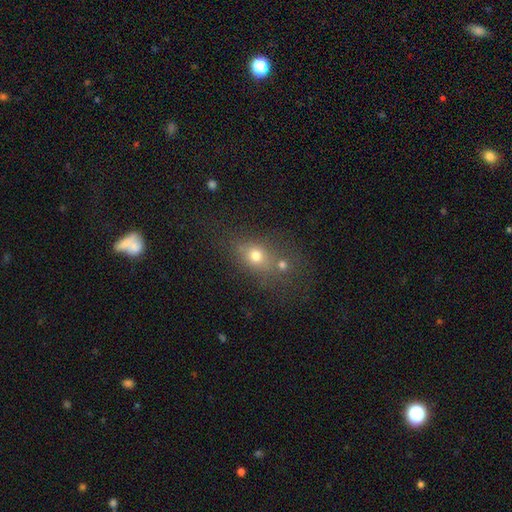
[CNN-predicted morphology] This is likely a smooth galaxy (69%). How rounded: possibly in between (50%). Merging: possibly none (52%).